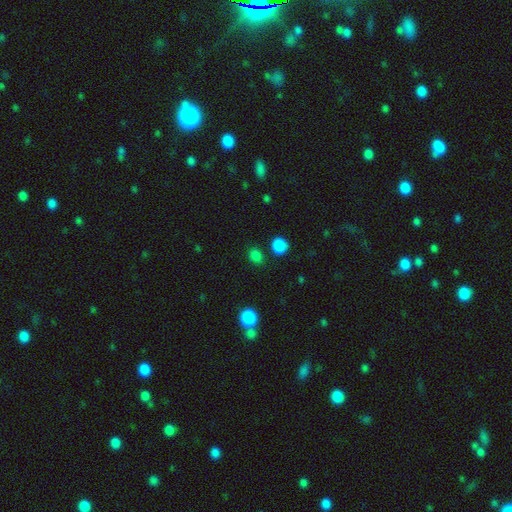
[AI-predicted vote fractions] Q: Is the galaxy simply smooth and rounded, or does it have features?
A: smooth — 82%.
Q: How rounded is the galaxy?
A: round — 62%.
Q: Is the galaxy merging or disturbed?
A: none — 80%.